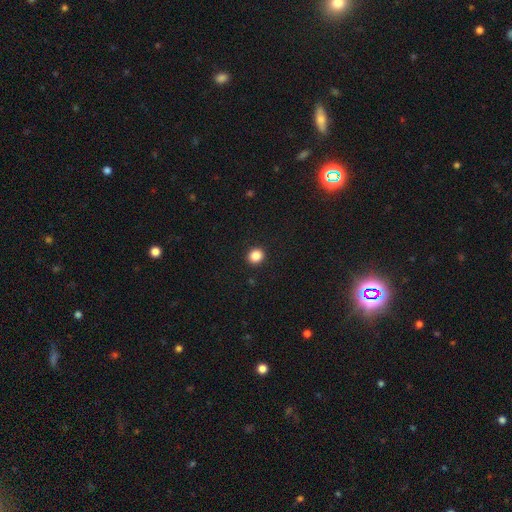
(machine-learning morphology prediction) A smooth galaxy with no disk features (86%) that is round (87%). Merging: none (93%).